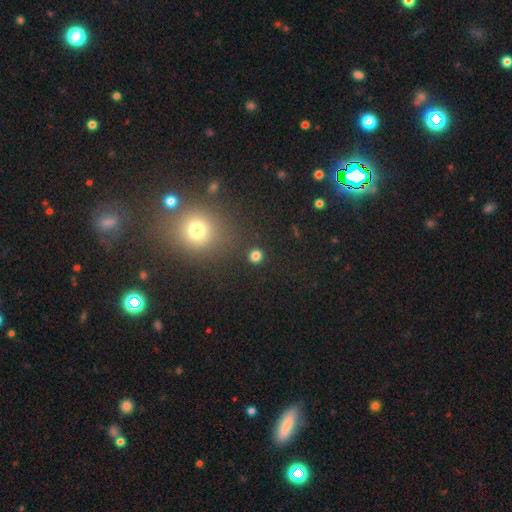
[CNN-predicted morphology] Smooth or featured? smooth (80%)
How rounded? round (90%)
Merging? none (88%)